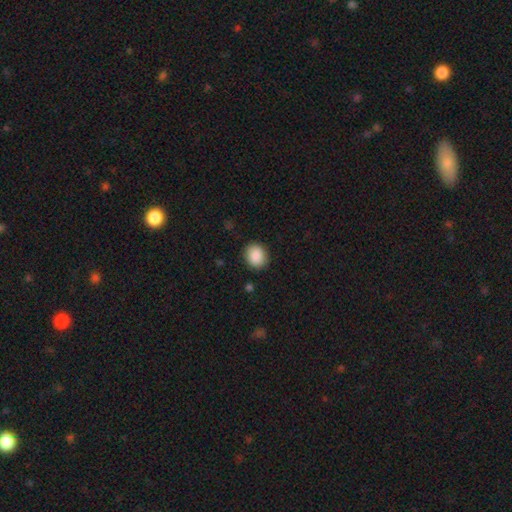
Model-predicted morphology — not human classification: Q: Smooth or featured?
A: smooth (88%); runner-up: star or artifact (7%)
Q: How rounded?
A: round (72%); runner-up: in between (27%)
Q: Merging?
A: none (88%); runner-up: minor disturbance (8%)